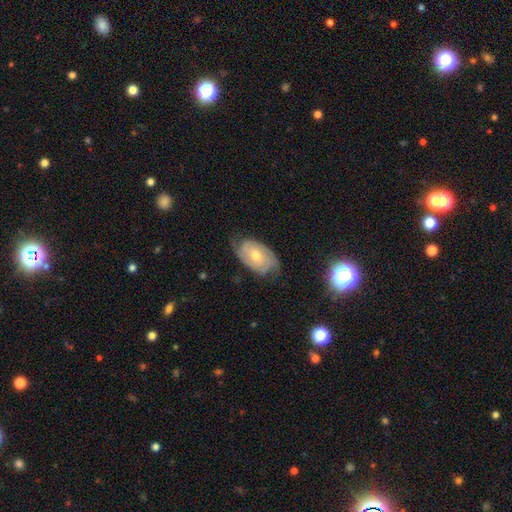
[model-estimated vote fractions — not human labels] The model was most divided on "spiral arm count": 2: 43%, can't tell: 30%, 3: 14%, 1: 5%, 4: 5%, more than 4: 3%. More confident: edge-on disk — no (95%); spiral arms — yes (92%); smooth or featured — featured or disk (74%); merging — none (66%); bar — no (63%); bulge size — moderate (60%); spiral winding — tight (53%).